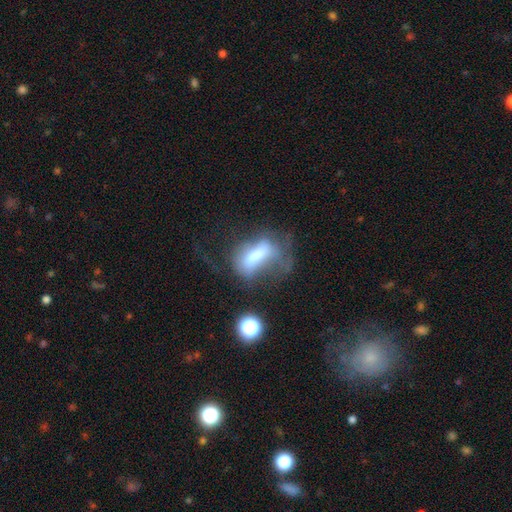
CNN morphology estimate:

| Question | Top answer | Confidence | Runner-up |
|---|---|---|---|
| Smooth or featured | smooth | 51% | featured or disk (38%) |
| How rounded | in between | 65% | cigar-shaped (28%) |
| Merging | major disturbance | 47% | none (24%) |